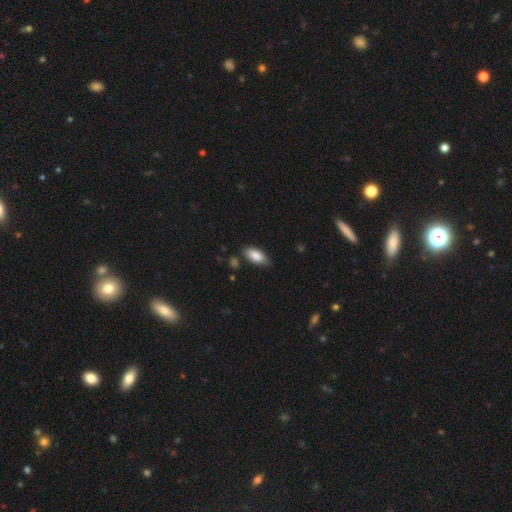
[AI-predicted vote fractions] smooth_or_featured: smooth (p=0.87) [alt: featured or disk p=0.07]
how_rounded: in between (p=0.90) [alt: cigar-shaped p=0.08]
merging: none (p=0.78) [alt: minor disturbance p=0.16]